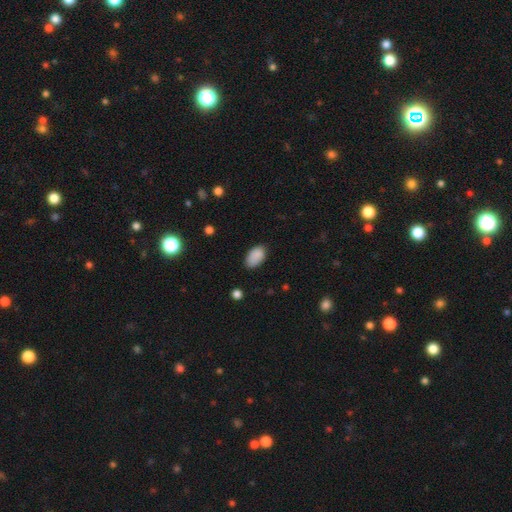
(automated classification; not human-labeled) Overall: smooth (88%). How rounded: in between (93%). Merging: none (76%).